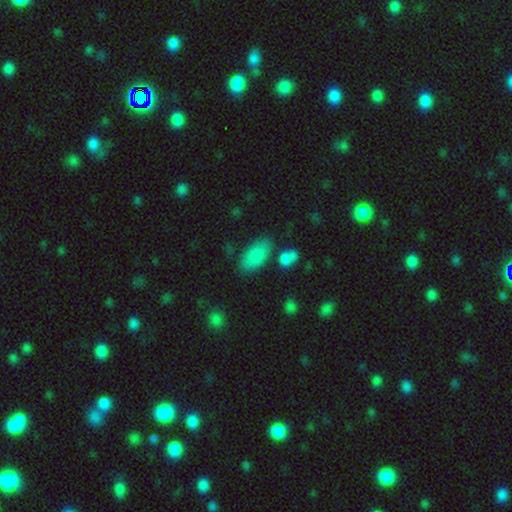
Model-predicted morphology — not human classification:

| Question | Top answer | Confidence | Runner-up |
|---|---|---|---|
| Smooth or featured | smooth | 83% | featured or disk (9%) |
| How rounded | in between | 93% | cigar-shaped (4%) |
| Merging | none | 73% | minor disturbance (16%) |